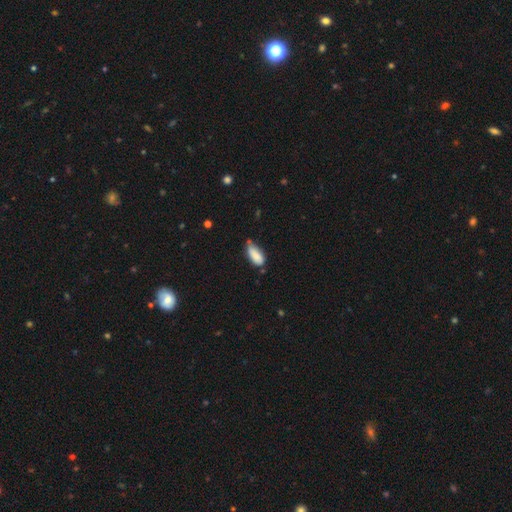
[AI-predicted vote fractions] Smooth or featured?
  - smooth: 83% *
  - featured or disk: 10%
  - star or artifact: 7%
How rounded?
  - in between: 86% *
  - cigar-shaped: 12%
  - round: 2%
Merging?
  - none: 44% *
  - minor disturbance: 42%
  - major disturbance: 8%
  - merger: 6%